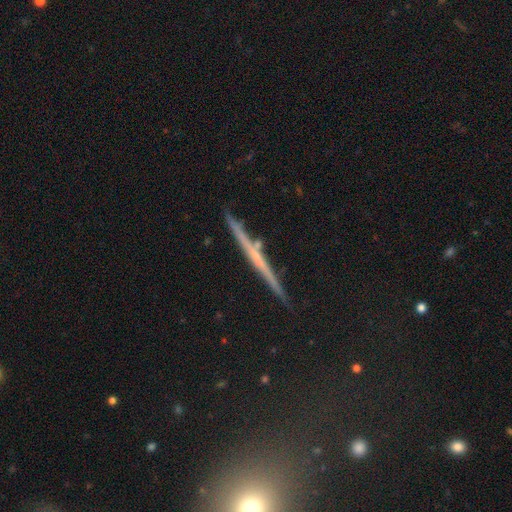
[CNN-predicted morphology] Q: Smooth or featured?
A: featured or disk (68%); runner-up: smooth (22%)
Q: Edge-on disk?
A: yes (97%); runner-up: no (3%)
Q: Edge-on bulge?
A: none (63%); runner-up: rounded (30%)
Q: Merging?
A: none (86%); runner-up: minor disturbance (9%)